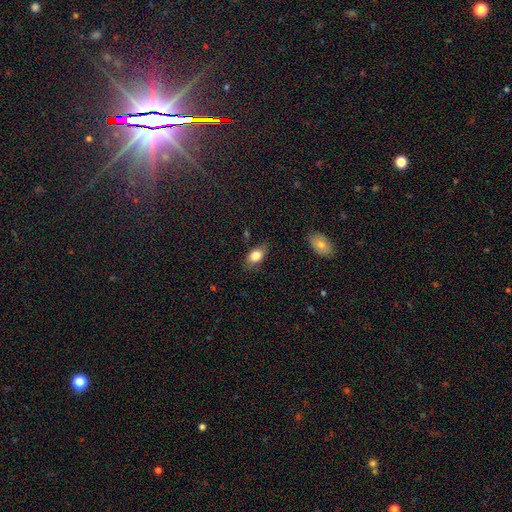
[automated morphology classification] type=smooth (81%); roundness=in between (87%); merging=none (76%).